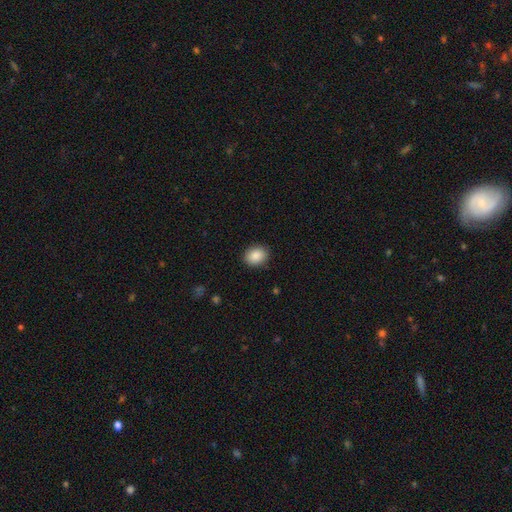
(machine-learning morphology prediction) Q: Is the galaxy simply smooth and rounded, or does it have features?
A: smooth — 88%.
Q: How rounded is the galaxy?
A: in between — 53%.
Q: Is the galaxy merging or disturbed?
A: none — 89%.